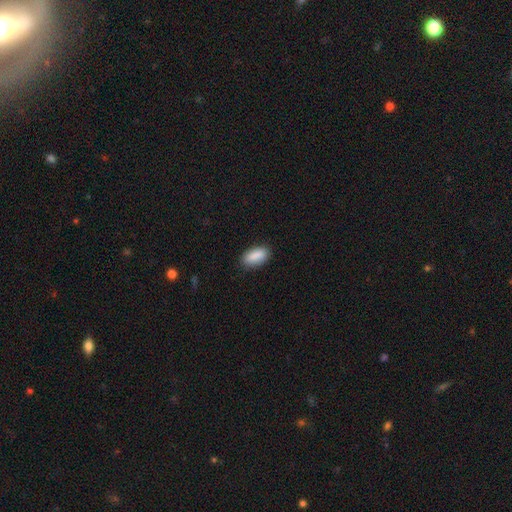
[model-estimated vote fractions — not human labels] A smooth galaxy with no disk features (88%) that is in between round and cigar-shaped (89%). Merging: none (84%).